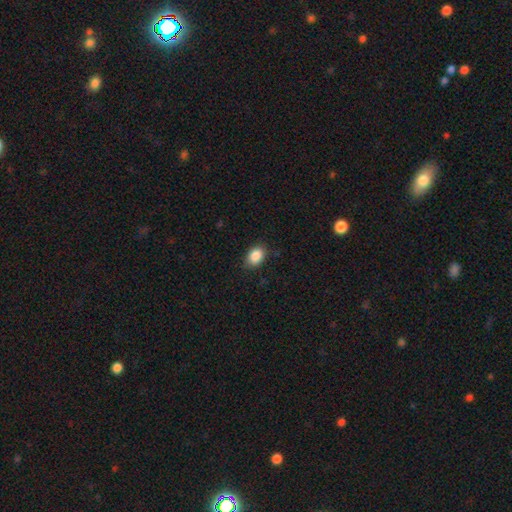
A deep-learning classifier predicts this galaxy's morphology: Smooth or featured? Predicted: smooth (p=0.88). How rounded? Predicted: in between (p=0.73). Merging? Predicted: none (p=0.83).